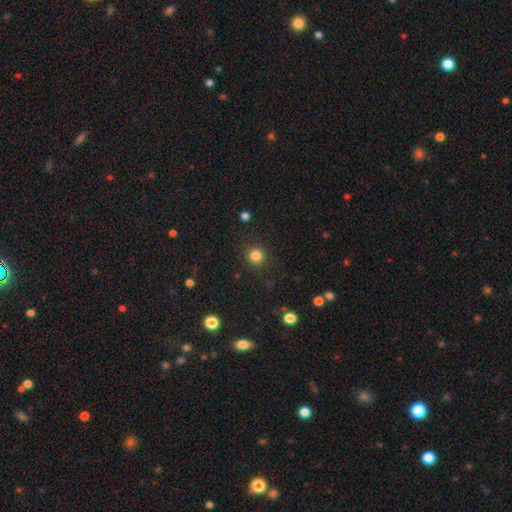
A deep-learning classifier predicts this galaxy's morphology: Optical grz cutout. It shows a smooth galaxy with no disk features (83%) that is round (92%). Merging: none (89%).